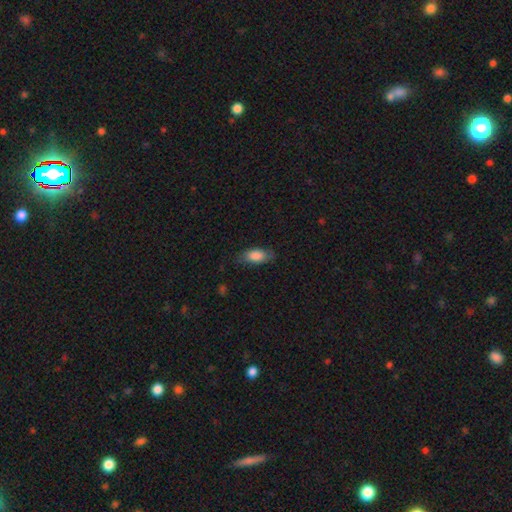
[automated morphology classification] type=smooth (82%); roundness=in between (85%); merging=none (75%).